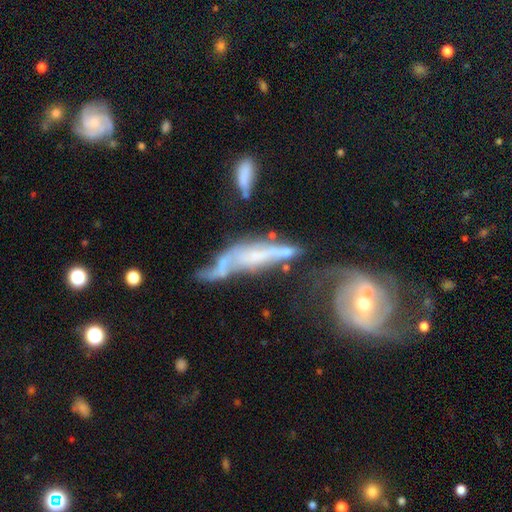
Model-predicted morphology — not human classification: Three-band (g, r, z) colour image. It shows a featured or disk galaxy (65%). Merging: merger (40%).